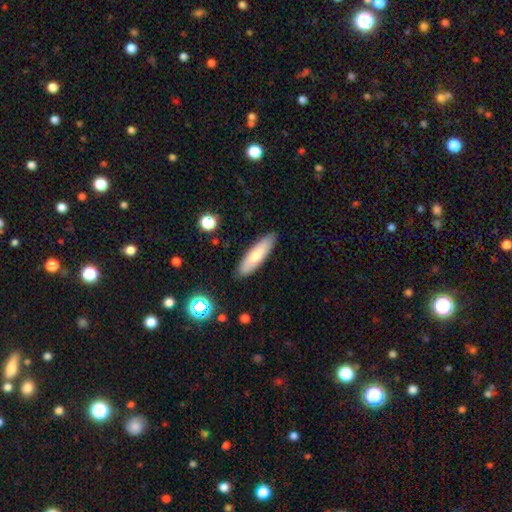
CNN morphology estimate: smooth-or-featured: smooth: 74% | featured or disk: 19% | star or artifact: 6%
  how-rounded: cigar-shaped: 67% | in between: 31% | round: 2%
  merging: none: 88% | minor disturbance: 9% | major disturbance: 2% | merger: 1%